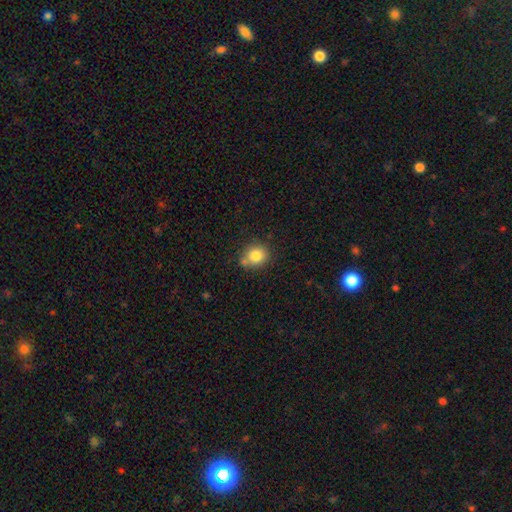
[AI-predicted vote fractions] Smooth or featured: smooth — 82% (star or artifact — 10%)
How rounded: round — 73% (in between — 26%)
Merging: none — 66% (minor disturbance — 17%)